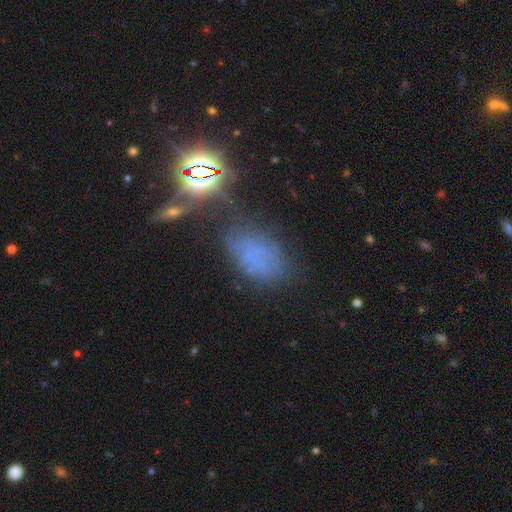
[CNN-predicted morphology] This is marginally a smooth galaxy (42%). Merging: possibly none (56%).